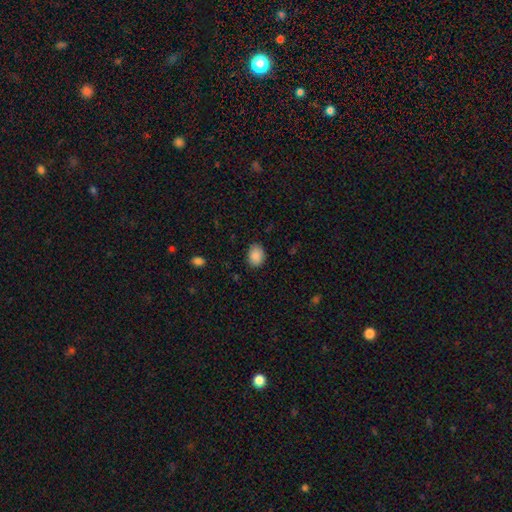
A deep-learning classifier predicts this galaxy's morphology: Overall: smooth (88%). How rounded: in between (65%; round 34%). Merging: none (82%).